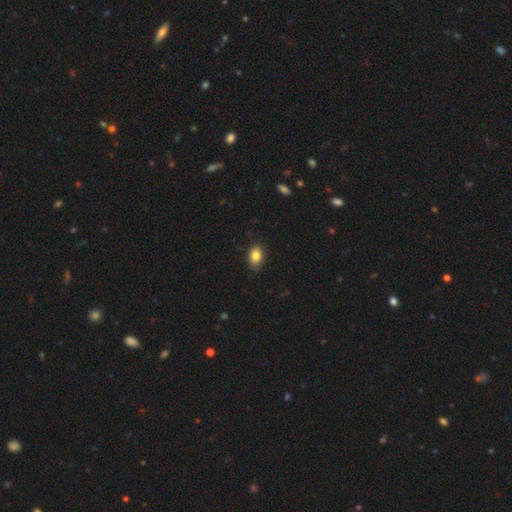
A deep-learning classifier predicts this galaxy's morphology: The model was most divided on "smooth or featured": smooth: 82%, featured or disk: 10%, star or artifact: 8%. More confident: how rounded — in between (87%); merging — none (86%).